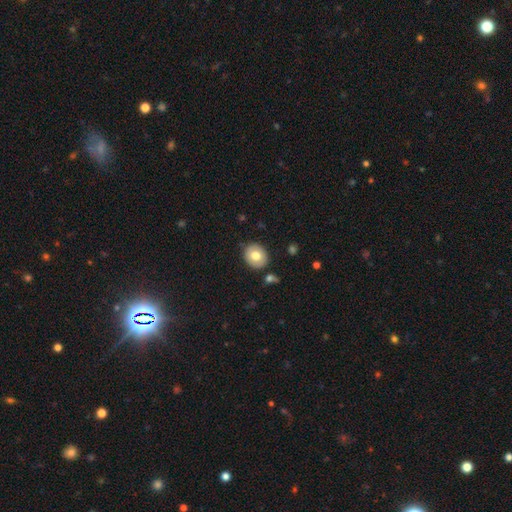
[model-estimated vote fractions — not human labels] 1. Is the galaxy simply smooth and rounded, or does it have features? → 74% smooth, 18% featured or disk, 8% star or artifact.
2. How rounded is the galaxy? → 69% round, 30% in between, 1% cigar-shaped.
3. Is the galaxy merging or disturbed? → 84% none, 10% minor disturbance, 3% merger, 2% major disturbance.